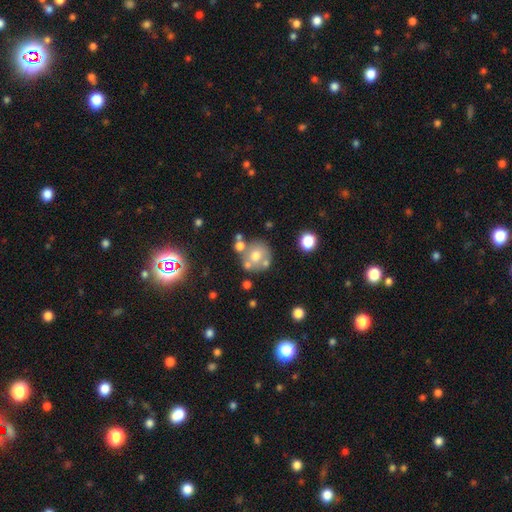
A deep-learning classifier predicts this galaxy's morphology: smooth_or_featured: smooth (p=0.58) [alt: featured or disk p=0.28]
how_rounded: round (p=0.87) [alt: in between p=0.12]
merging: none (p=0.57) [alt: merger p=0.24]